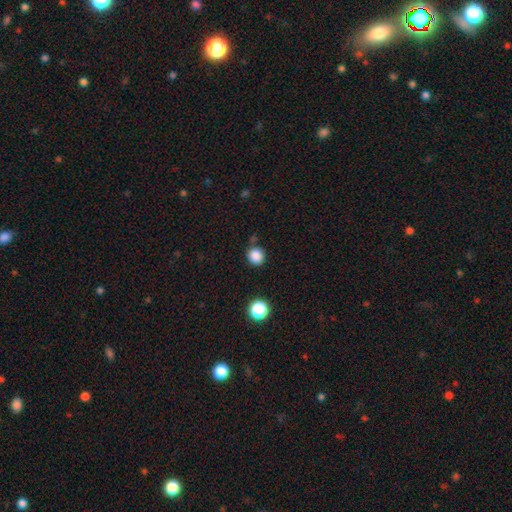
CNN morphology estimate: Q: Smooth or featured?
A: smooth (86%); runner-up: star or artifact (11%)
Q: How rounded?
A: round (87%); runner-up: in between (12%)
Q: Merging?
A: none (82%); runner-up: minor disturbance (10%)